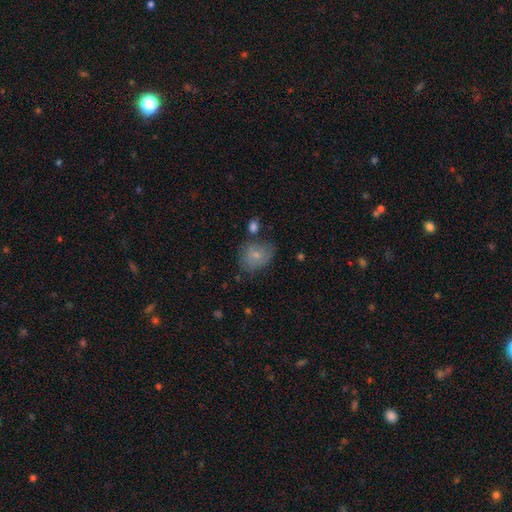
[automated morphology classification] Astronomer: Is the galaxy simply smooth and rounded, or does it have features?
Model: smooth — 72%.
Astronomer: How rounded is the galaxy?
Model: in between — 50% (runner-up: round, 49%).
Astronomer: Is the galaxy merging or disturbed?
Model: none — 55%.